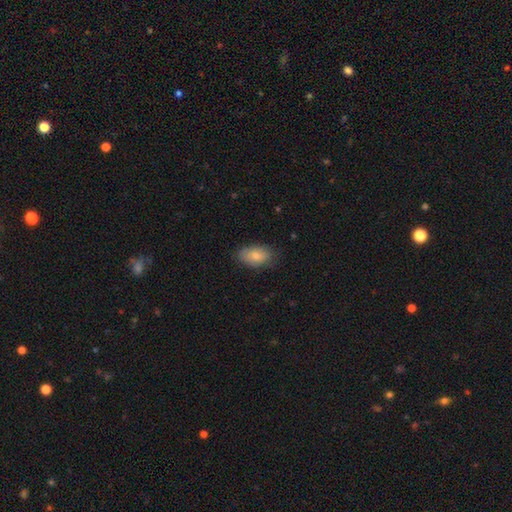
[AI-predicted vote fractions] A smooth galaxy with no disk features (83%) that is in between round and cigar-shaped (92%). Merging: none (76%).